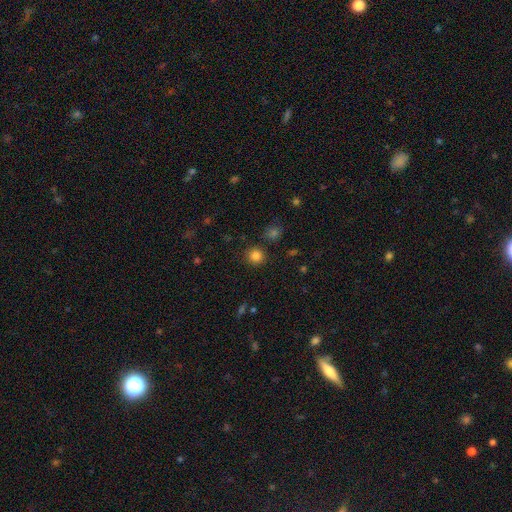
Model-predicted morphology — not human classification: A smooth galaxy with no disk features (84%) that is round (91%).

Vote fractions:
- Smooth or featured? smooth: 84% / star or artifact: 12% / featured or disk: 4%
- How rounded? round: 91% / in between: 8% / cigar-shaped: 1%
- Merging? none: 87% / minor disturbance: 6% / merger: 4% / major disturbance: 2%